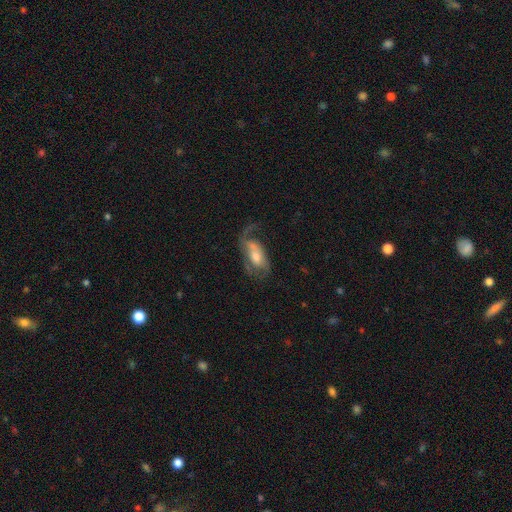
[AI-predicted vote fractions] The model was most divided on "merging": major disturbance: 40%, none: 37%, minor disturbance: 20%, merger: 4%. More confident: edge-on disk — no (91%); spiral arms — yes (77%); smooth or featured — featured or disk (64%); bar — no (56%); bulge size — moderate (53%).